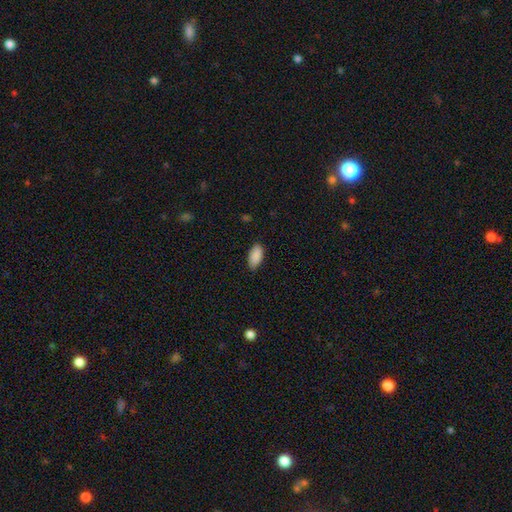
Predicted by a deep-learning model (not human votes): Q: Smooth or featured?
A: smooth (90%); runner-up: star or artifact (6%)
Q: How rounded?
A: in between (93%); runner-up: cigar-shaped (5%)
Q: Merging?
A: none (82%); runner-up: minor disturbance (15%)